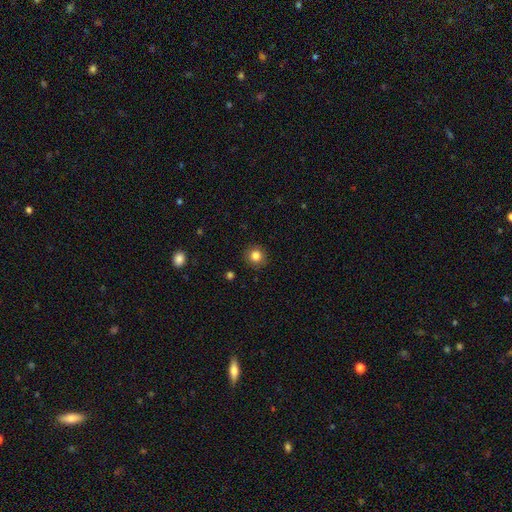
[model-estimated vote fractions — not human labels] This is clearly a smooth galaxy (83%). How rounded: clearly round (91%). Merging: clearly none (90%).